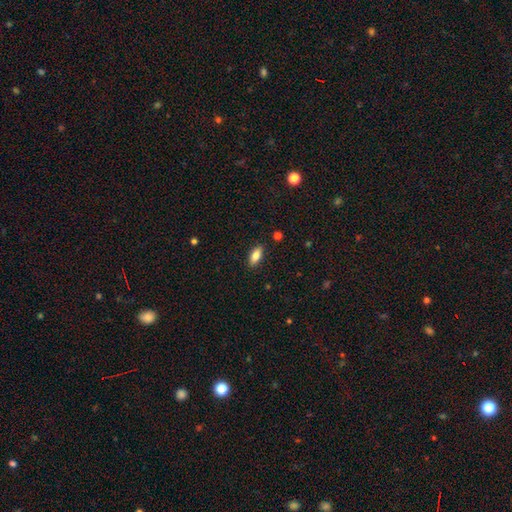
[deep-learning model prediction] The model was most divided on "smooth or featured": smooth: 80%, featured or disk: 12%, star or artifact: 7%. More confident: merging — none (88%); how rounded — in between (83%).